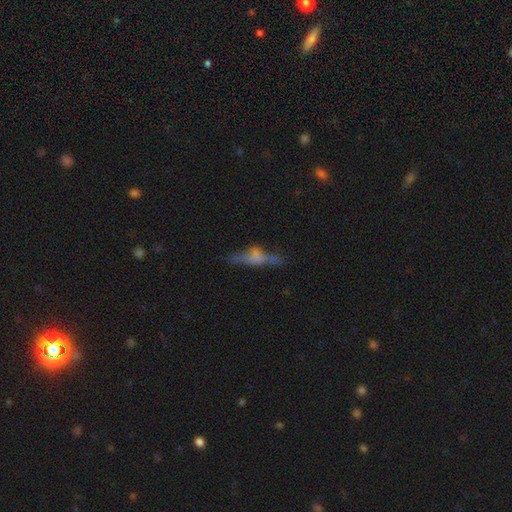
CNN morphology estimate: Smooth or featured: featured or disk — 61% (smooth — 25%)
Edge-on disk: yes — 85% (no — 15%)
Edge-on bulge: rounded — 62% (boxy — 27%)
Merging: none — 65% (minor disturbance — 19%)